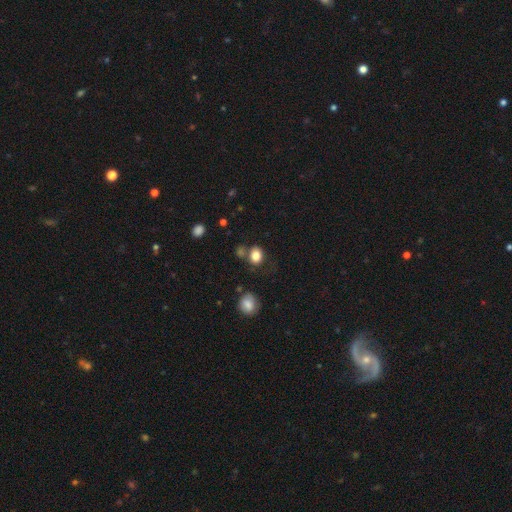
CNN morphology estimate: Q: Smooth or featured?
A: smooth (83%); runner-up: star or artifact (11%)
Q: How rounded?
A: round (51%); runner-up: in between (48%)
Q: Merging?
A: none (64%); runner-up: minor disturbance (16%)